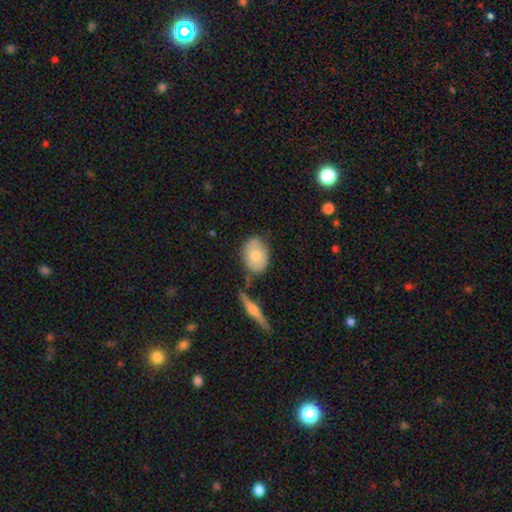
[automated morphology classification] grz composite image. It shows a smooth galaxy with no disk features (67%) that is in between round and cigar-shaped (76%). Merging: none (67%).